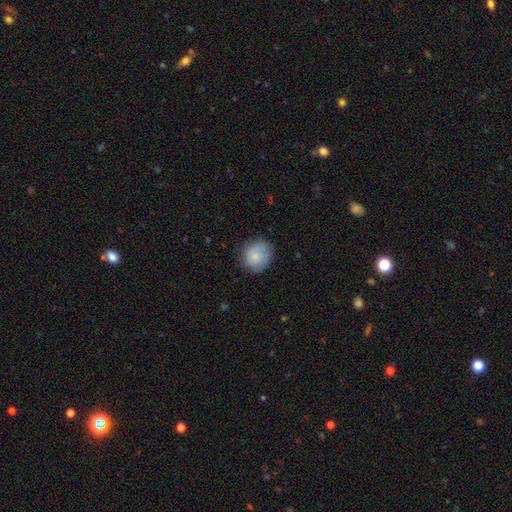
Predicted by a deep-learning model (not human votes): Smooth or featured? Predicted: smooth (p=0.78). How rounded? Predicted: round (p=0.82). Merging? Predicted: none (p=0.75).